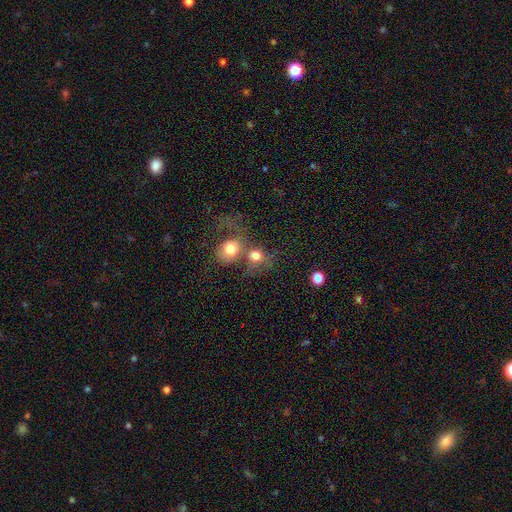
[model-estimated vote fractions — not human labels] Smooth or featured?
  - smooth: 74% *
  - featured or disk: 15%
  - star or artifact: 11%
How rounded?
  - round: 71% *
  - in between: 28%
  - cigar-shaped: 1%
Merging?
  - merger: 60% *
  - none: 23%
  - major disturbance: 9%
  - minor disturbance: 8%